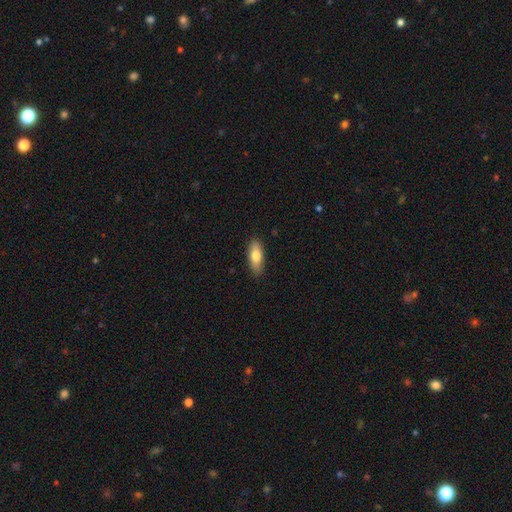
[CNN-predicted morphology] smooth 76%, featured or disk 17%, star or artifact 6%. Down the decision tree: how rounded — in between (75%); merging — none (87%).